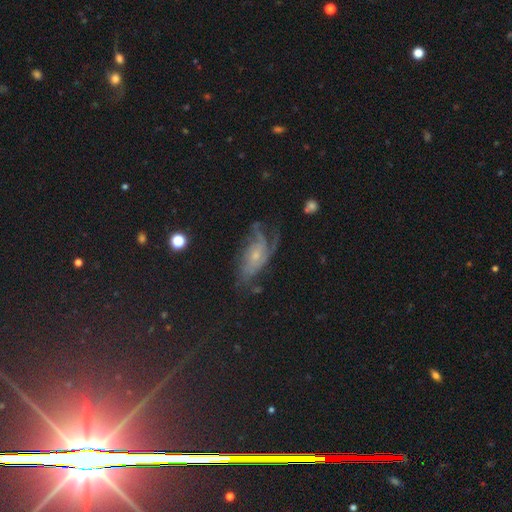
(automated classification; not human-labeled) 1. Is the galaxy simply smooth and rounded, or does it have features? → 68% featured or disk, 16% smooth, 16% star or artifact.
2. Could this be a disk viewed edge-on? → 92% no, 8% yes.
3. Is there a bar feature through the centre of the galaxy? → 71% no, 23% weak, 5% strong.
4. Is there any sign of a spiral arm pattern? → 90% yes, 10% no.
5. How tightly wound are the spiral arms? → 41% tight (tied), 41% medium (tied), 19% loose.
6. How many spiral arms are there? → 35% can't tell, 22% 2, 18% 3, 9% 4, 8% 1, 7% more than 4.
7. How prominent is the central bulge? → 72% small, 21% moderate, 3% none, 2% large, 1% dominant.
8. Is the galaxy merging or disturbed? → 52% none, 24% minor disturbance, 21% major disturbance, 3% merger.